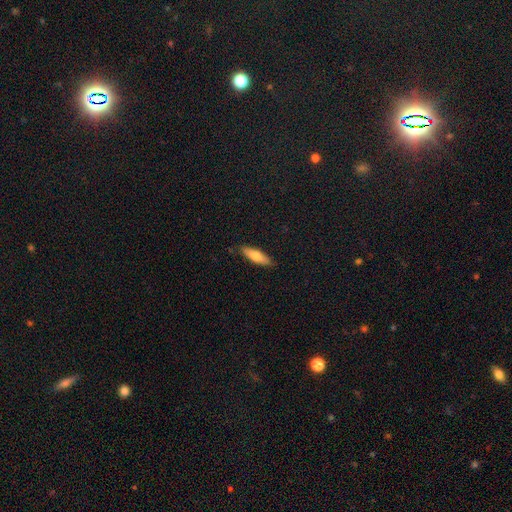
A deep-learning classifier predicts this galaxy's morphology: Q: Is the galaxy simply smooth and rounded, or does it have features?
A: smooth — 69%.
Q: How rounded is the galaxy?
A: cigar-shaped — 59%.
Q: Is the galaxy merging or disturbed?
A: none — 86%.